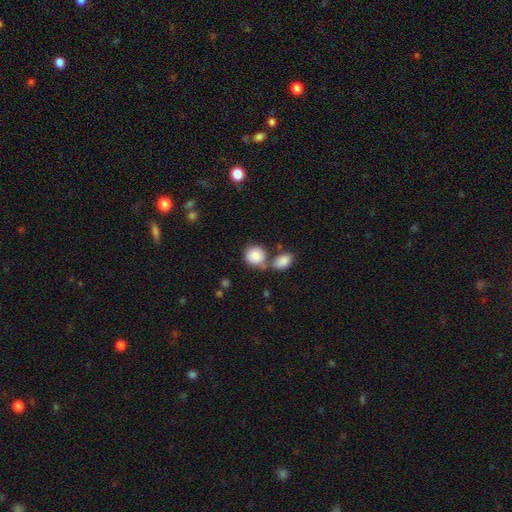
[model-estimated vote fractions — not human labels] smooth_or_featured: smooth (p=0.86) [alt: featured or disk p=0.07]
how_rounded: round (p=0.82) [alt: in between p=0.17]
merging: none (p=0.50) [alt: merger p=0.34]